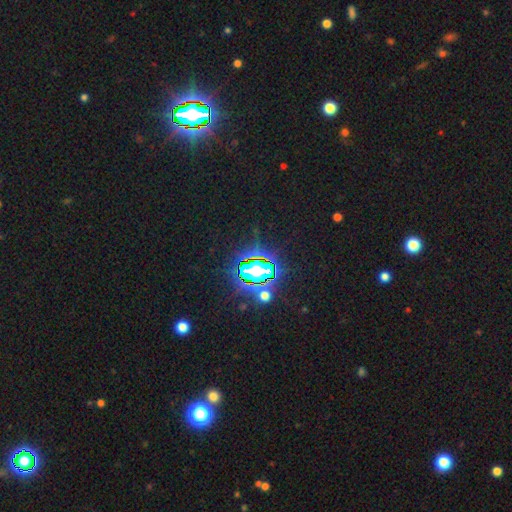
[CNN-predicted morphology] Q: Smooth or featured?
A: star or artifact (80%); runner-up: smooth (11%)